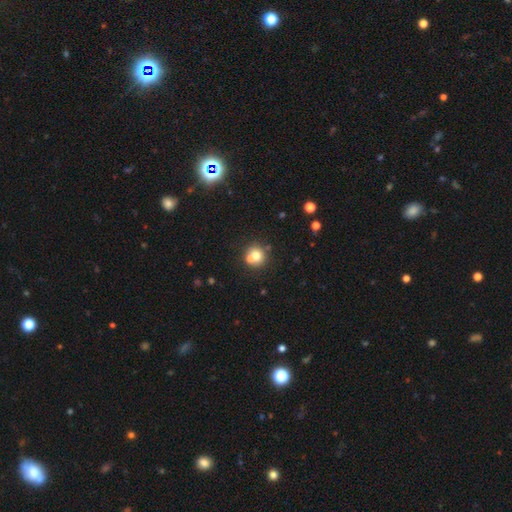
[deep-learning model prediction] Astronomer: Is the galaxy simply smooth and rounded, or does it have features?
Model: smooth — 70%.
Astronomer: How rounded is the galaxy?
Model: round — 89%.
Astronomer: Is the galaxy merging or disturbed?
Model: none — 54% (runner-up: merger, 35%).